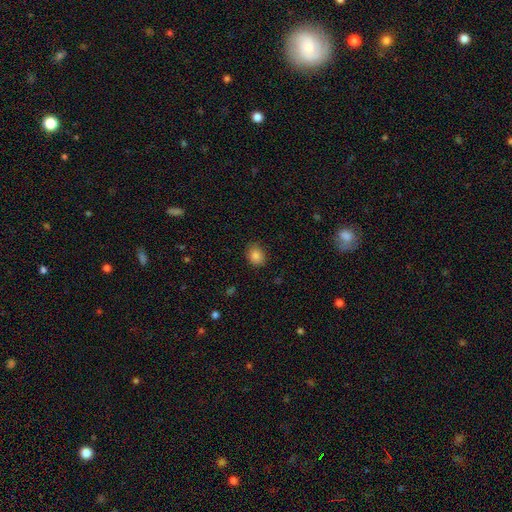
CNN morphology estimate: Q: Smooth or featured?
A: smooth (85%); runner-up: star or artifact (10%)
Q: How rounded?
A: round (52%); runner-up: in between (47%)
Q: Merging?
A: none (83%); runner-up: minor disturbance (13%)